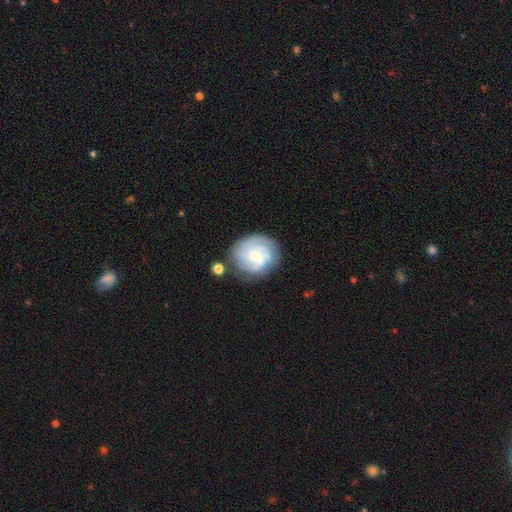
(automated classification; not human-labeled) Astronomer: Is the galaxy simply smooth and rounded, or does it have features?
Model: featured or disk — 64%.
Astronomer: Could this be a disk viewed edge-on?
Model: no — 98%.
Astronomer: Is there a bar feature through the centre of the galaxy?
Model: no — 76%.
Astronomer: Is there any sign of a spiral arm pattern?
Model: yes — 89%.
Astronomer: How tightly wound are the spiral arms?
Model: tight — 58%.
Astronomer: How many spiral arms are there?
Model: can't tell — 33% (runner-up: 3, 28%).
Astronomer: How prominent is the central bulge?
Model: small — 61%.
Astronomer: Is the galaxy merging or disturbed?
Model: none — 72%.